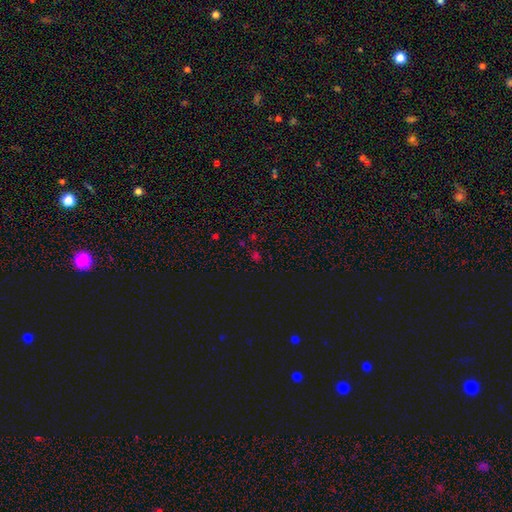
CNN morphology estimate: Q: Smooth or featured?
A: star or artifact (58%); runner-up: smooth (36%)